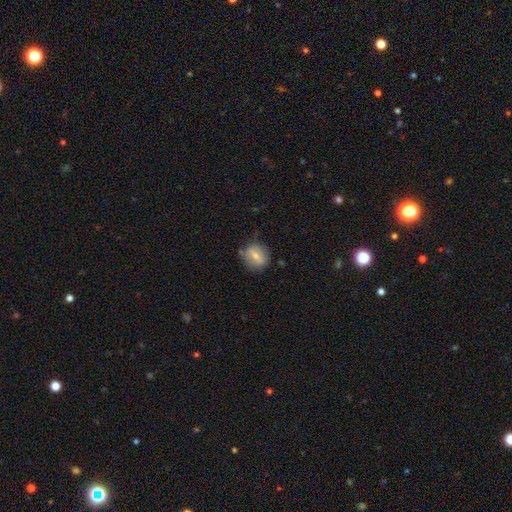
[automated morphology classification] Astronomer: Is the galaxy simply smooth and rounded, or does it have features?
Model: smooth — 67%.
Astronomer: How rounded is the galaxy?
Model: round — 75%.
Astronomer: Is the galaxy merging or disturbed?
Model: none — 78%.